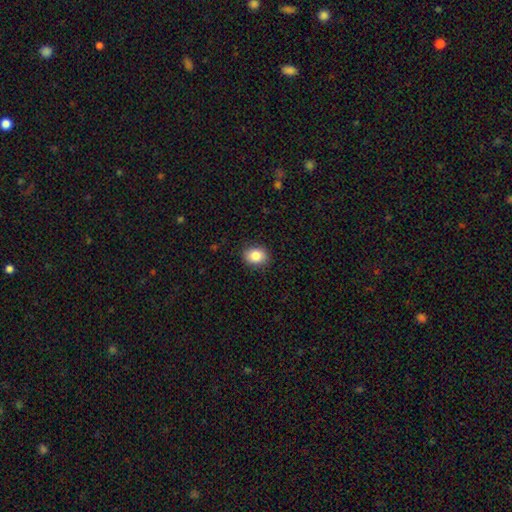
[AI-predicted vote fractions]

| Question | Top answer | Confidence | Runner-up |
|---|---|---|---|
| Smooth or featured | smooth | 85% | star or artifact (9%) |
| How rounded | in between | 56% | round (43%) |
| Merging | none | 89% | minor disturbance (8%) |